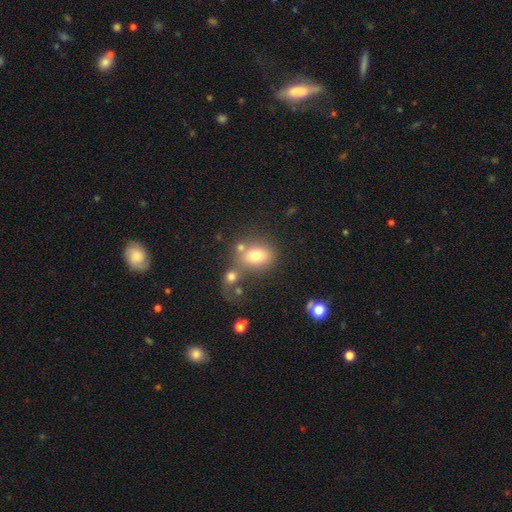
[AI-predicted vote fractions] The model was most divided on "how rounded": in between: 52%, round: 47%, cigar-shaped: 2%. More confident: smooth or featured — smooth (75%); merging — none (50%).